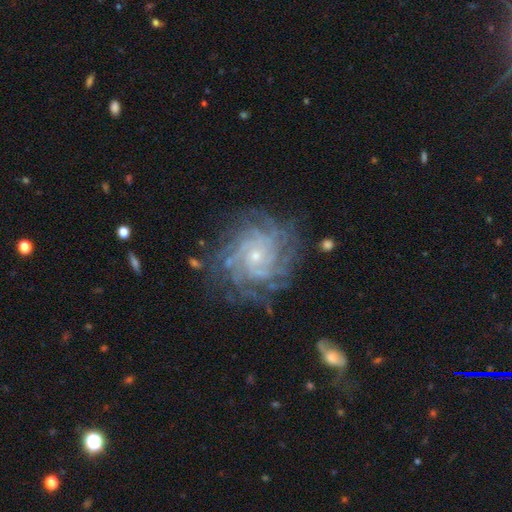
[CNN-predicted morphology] Q: Smooth or featured?
A: featured or disk (88%); runner-up: star or artifact (7%)
Q: Edge-on disk?
A: no (97%); runner-up: yes (3%)
Q: Bar?
A: no (75%); runner-up: weak (20%)
Q: Spiral arms?
A: yes (97%); runner-up: no (3%)
Q: Spiral winding?
A: tight (75%); runner-up: medium (21%)
Q: Spiral arm count?
A: more than 4 (28%); runner-up: can't tell (26%)
Q: Bulge size?
A: small (78%); runner-up: moderate (18%)
Q: Merging?
A: none (77%); runner-up: minor disturbance (14%)